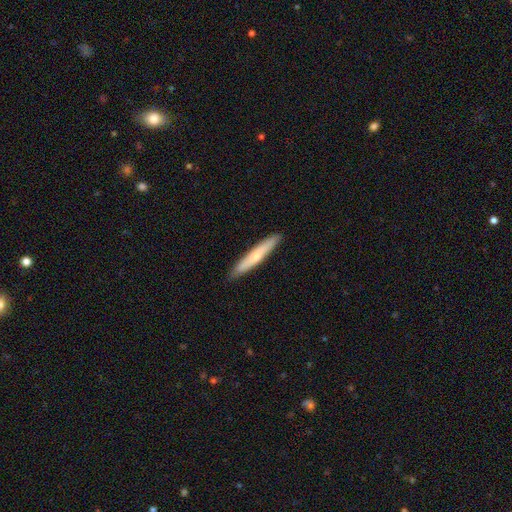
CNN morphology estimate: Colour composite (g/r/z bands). It shows a smooth galaxy with no disk features (61%) that is cigar-shaped (94%). Merging: none (90%).